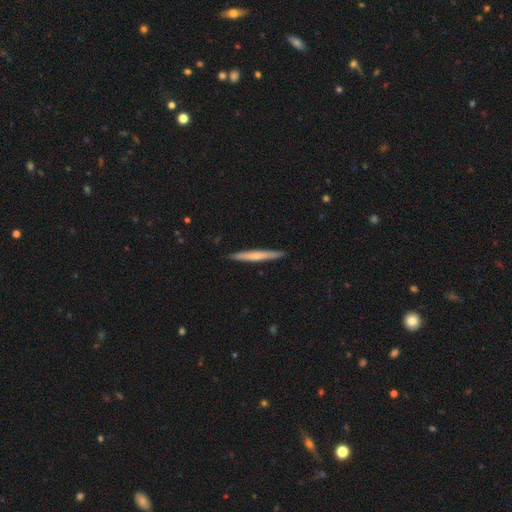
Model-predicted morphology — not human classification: This appears to be a smooth galaxy with no disk features (51%) that is cigar-shaped (96%). Merging: none (91%).